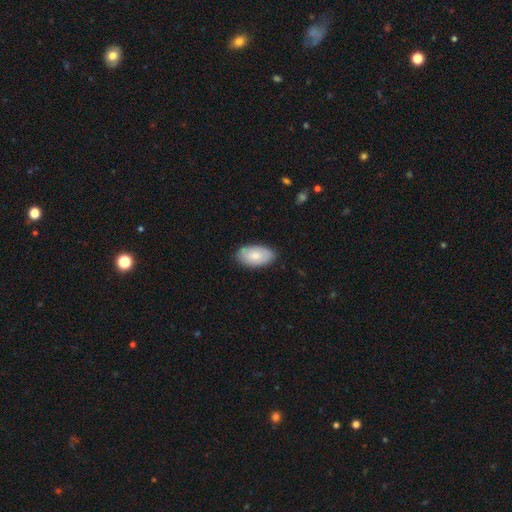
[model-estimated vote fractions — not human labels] Q: Smooth or featured?
A: smooth (74%); runner-up: featured or disk (20%)
Q: How rounded?
A: in between (95%); runner-up: round (4%)
Q: Merging?
A: none (83%); runner-up: minor disturbance (13%)